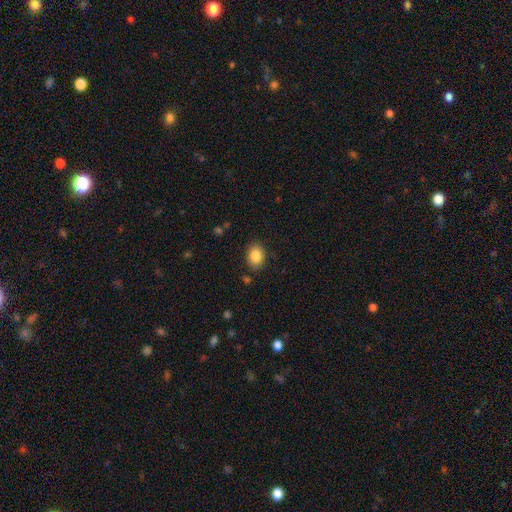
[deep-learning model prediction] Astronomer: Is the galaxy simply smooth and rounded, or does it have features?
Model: smooth — 87%.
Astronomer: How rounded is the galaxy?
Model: in between — 71%.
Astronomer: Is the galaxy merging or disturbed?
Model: none — 86%.